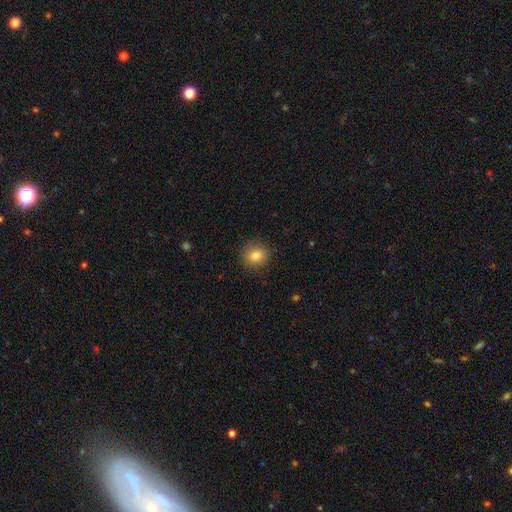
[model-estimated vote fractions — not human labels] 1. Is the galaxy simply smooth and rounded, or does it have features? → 81% smooth, 11% star or artifact, 8% featured or disk.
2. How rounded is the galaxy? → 83% round, 16% in between, 1% cigar-shaped.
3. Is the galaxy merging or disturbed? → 87% none, 9% minor disturbance, 3% major disturbance, 1% merger.